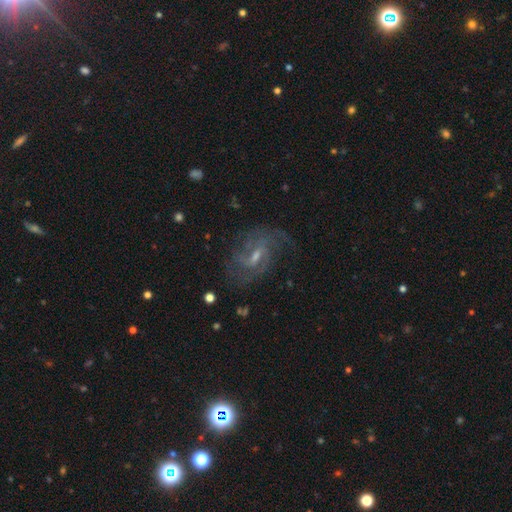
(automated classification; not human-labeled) featured or disk 82%, smooth 10%, star or artifact 8%. Down the decision tree: edge-on disk — no (96%); bar — weak (59%); spiral arms — yes (93%); spiral arm count — 2 (42%); spiral winding — medium (47%); bulge size — small (48%); merging — none (65%).